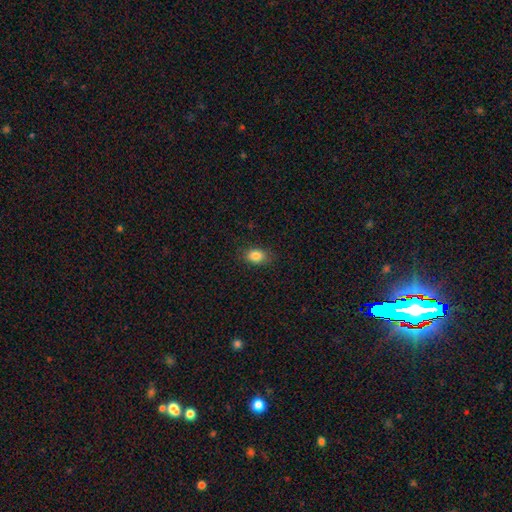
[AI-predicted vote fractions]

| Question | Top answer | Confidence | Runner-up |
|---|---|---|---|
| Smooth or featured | smooth | 84% | star or artifact (10%) |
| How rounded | in between | 73% | round (26%) |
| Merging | none | 86% | minor disturbance (11%) |